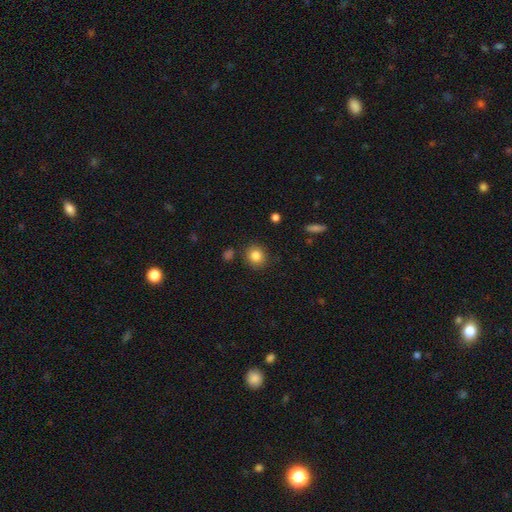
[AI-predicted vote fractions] smooth 84%, star or artifact 10%, featured or disk 6%. Down the decision tree: how rounded — round (82%); merging — none (86%).